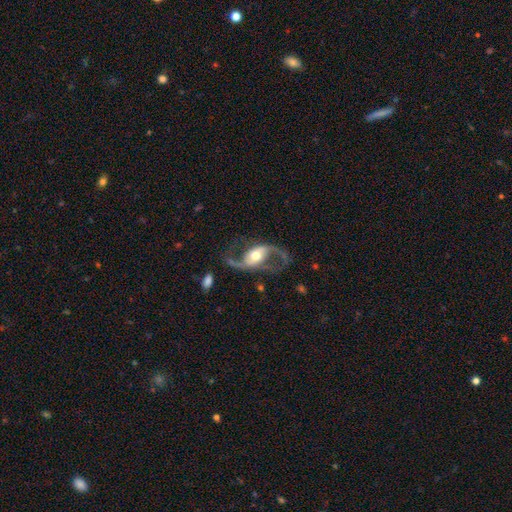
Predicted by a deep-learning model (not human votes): This is clearly a featured or disk galaxy (89%). It is clearly not viewed edge-on (96%). Bar: marginally no (40%). Spiral arm pattern: clearly yes (95%). Spiral arm count: clearly 2 (93%). Spiral winding: possibly loose (59%). Central bulge: likely moderate (66%). Merging: likely none (70%).